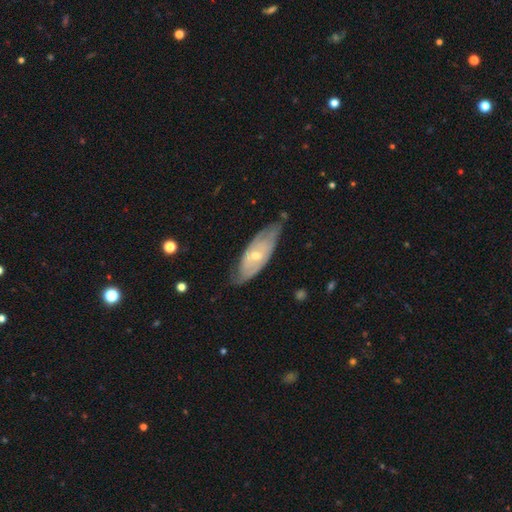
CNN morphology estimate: Overall: featured or disk (67%; smooth 28%). Edge-on disk: no (82%). Bar: no (60%; weak 32%). Spiral arms: yes (78%). Bulge size: small (54%; moderate 42%). Merging: none (66%).